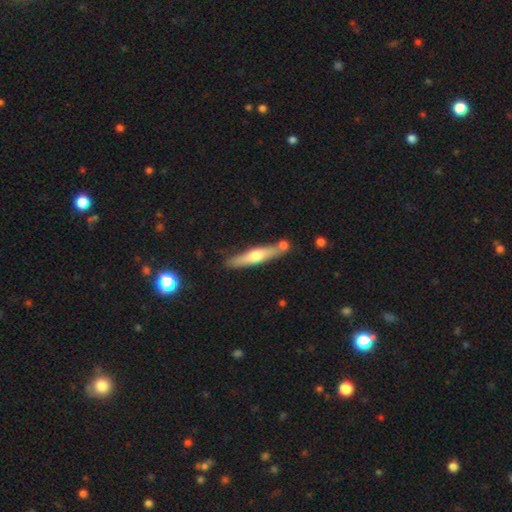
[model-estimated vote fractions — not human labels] smooth-or-featured: featured or disk: 49% | smooth: 46% | star or artifact: 5%
  merging: none: 76% | minor disturbance: 12% | merger: 10% | major disturbance: 2%